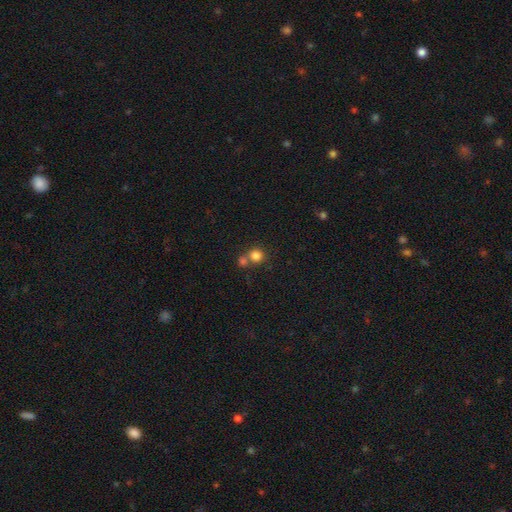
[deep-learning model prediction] smooth-or-featured: smooth: 81% | star or artifact: 12% | featured or disk: 7%
  how-rounded: round: 86% | in between: 13% | cigar-shaped: 1%
  merging: none: 51% | merger: 39% | minor disturbance: 7% | major disturbance: 3%